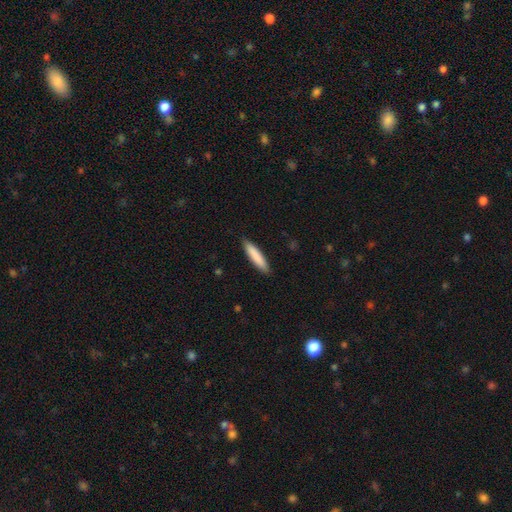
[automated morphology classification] The model was most divided on "how rounded": cigar-shaped: 83%, in between: 15%, round: 1%. More confident: merging — none (89%); smooth or featured — smooth (85%).